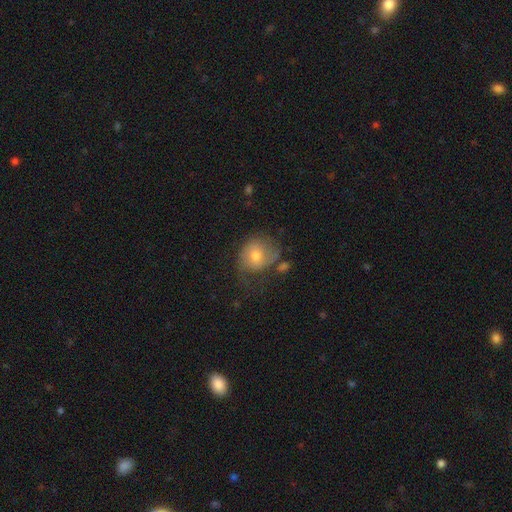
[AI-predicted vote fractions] Smooth or featured? Predicted: smooth (p=0.60). How rounded? Predicted: round (p=0.65). Merging? Predicted: none (p=0.46).